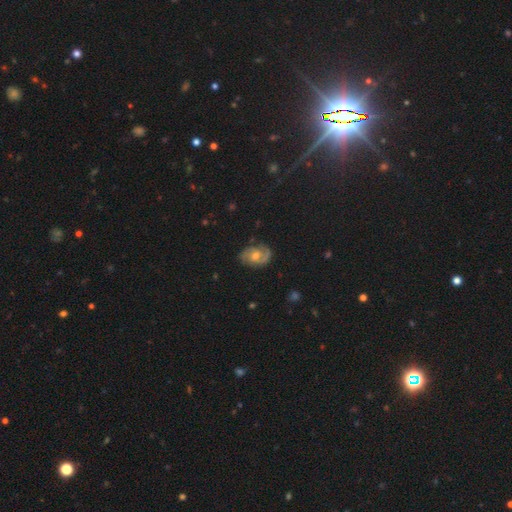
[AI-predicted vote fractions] Smooth or featured? Predicted: featured or disk (p=0.68). Edge-on disk? Predicted: no (p=0.97). Bar? Predicted: no (p=0.63). Spiral arms? Predicted: yes (p=0.89). Spiral winding? Predicted: medium (p=0.45). Spiral arm count? Predicted: 2 (p=0.77). Bulge size? Predicted: moderate (p=0.68). Merging? Predicted: none (p=0.77).